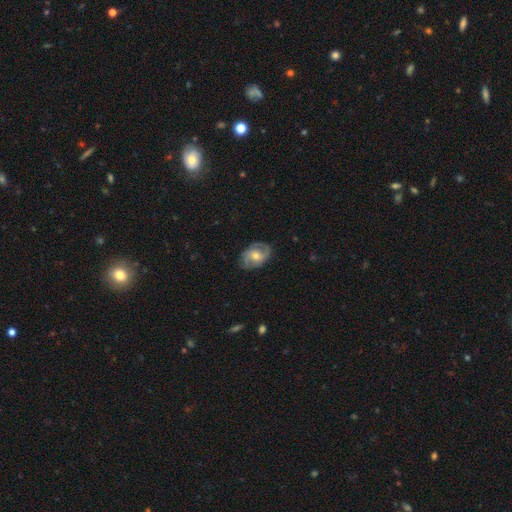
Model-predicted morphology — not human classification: This appears to be a featured or disk galaxy (70%) with no bar (56%), 2 (67%) medium (45%) spiral arms (86%) and a moderate central bulge (59%). Merging: none (75%).